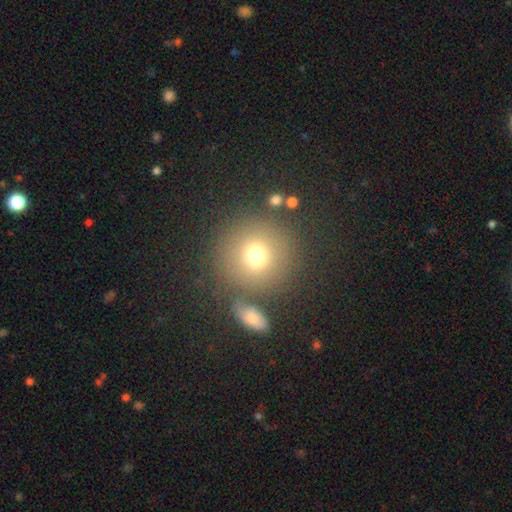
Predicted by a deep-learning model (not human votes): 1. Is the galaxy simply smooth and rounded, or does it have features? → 73% smooth, 14% star or artifact, 13% featured or disk.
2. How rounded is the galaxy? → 93% round, 6% in between, 1% cigar-shaped.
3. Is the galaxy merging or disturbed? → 76% none, 10% merger, 9% minor disturbance, 5% major disturbance.